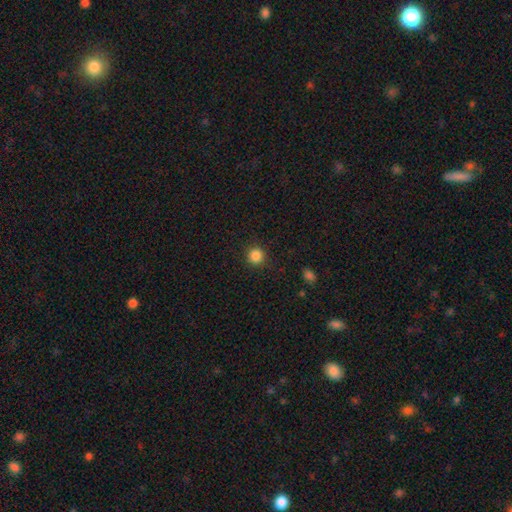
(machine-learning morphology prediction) smooth 85%, star or artifact 11%, featured or disk 3%. Down the decision tree: how rounded — round (94%); merging — none (90%).